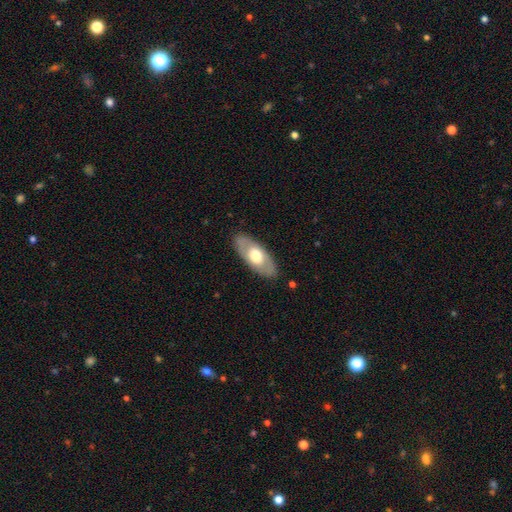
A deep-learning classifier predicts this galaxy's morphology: A smooth galaxy with no disk features (52%) that is in between round and cigar-shaped (87%). Merging: none (86%).